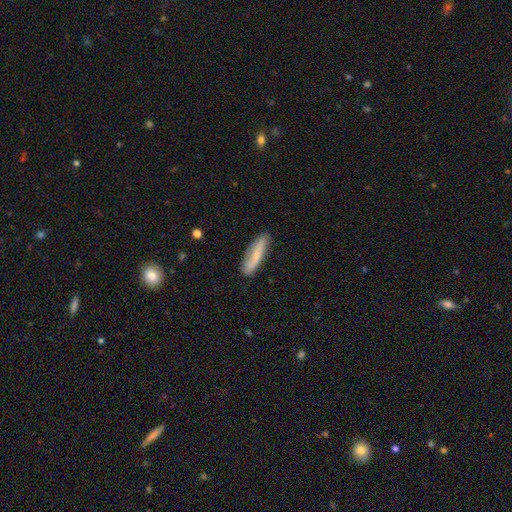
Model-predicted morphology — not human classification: A smooth galaxy with no disk features (59%) that is cigar-shaped (73%).

Vote fractions:
- Smooth or featured? smooth: 59% / featured or disk: 34% / star or artifact: 7%
- How rounded? cigar-shaped: 73% / in between: 25% / round: 2%
- Merging? none: 80% / minor disturbance: 15% / major disturbance: 3% / merger: 2%